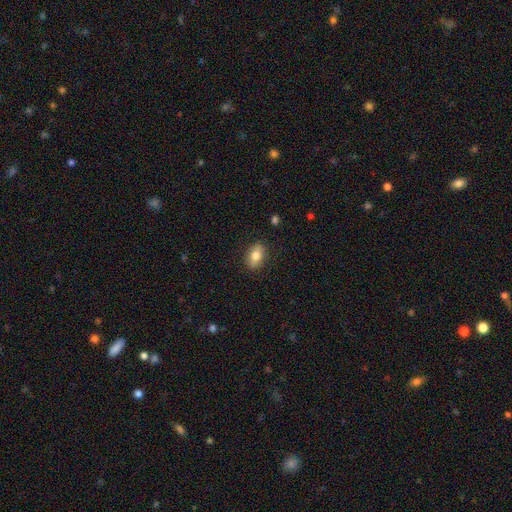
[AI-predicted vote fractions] Smooth or featured? smooth (73%)
How rounded? in between (83%)
Merging? none (86%)